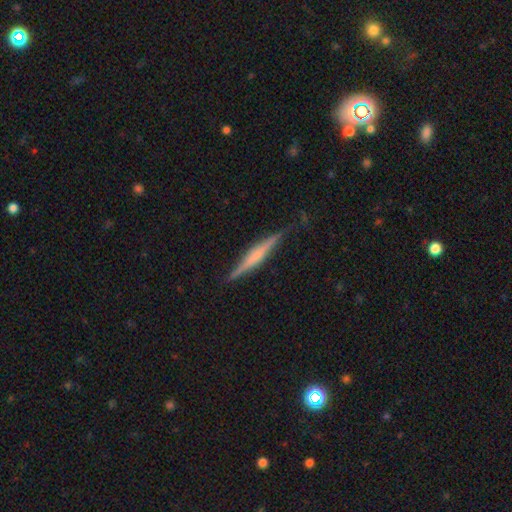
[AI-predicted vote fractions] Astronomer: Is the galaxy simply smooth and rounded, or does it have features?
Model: featured or disk — 65%.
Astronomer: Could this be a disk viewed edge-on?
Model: yes — 97%.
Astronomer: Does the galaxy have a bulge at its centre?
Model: rounded — 42% (runner-up: none, 31%).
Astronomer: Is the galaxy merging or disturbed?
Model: none — 84%.